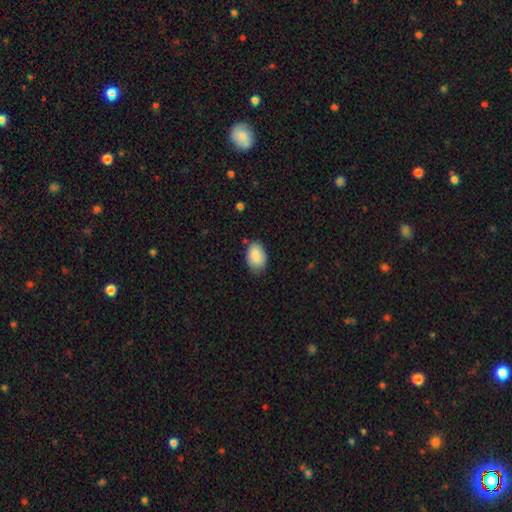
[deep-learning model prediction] Smooth or featured?
  - smooth: 86% *
  - featured or disk: 8%
  - star or artifact: 6%
How rounded?
  - in between: 88% *
  - round: 11%
  - cigar-shaped: 1%
Merging?
  - none: 75% *
  - minor disturbance: 20%
  - major disturbance: 3%
  - merger: 2%